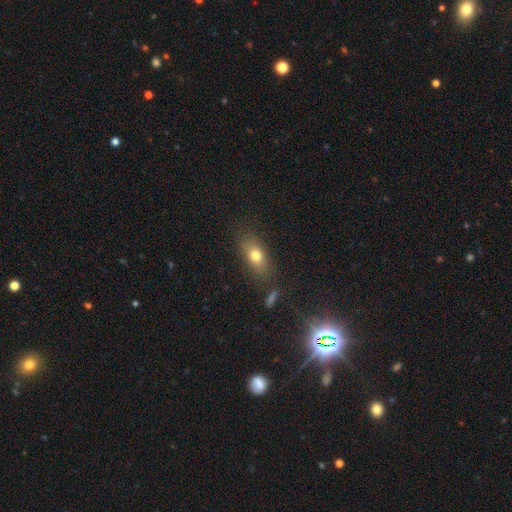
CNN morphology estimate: The model was most divided on "smooth or featured": smooth: 74%, featured or disk: 15%, star or artifact: 11%. More confident: merging — none (76%); how rounded — in between (75%).